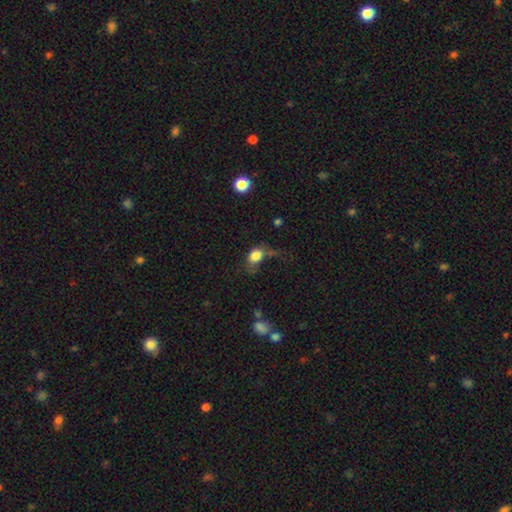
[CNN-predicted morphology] This is clearly a smooth galaxy (80%). How rounded: likely in between (61%). Merging: marginally none (34%).